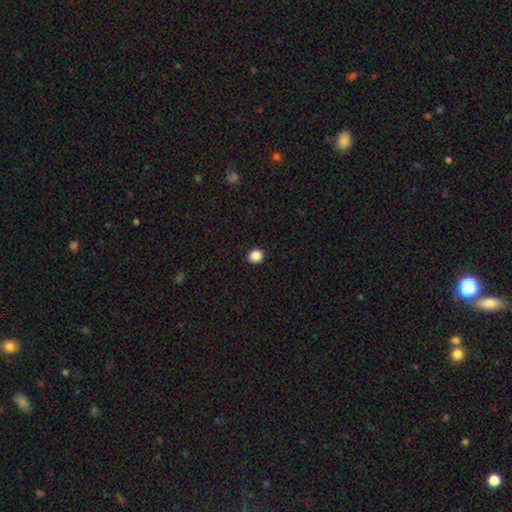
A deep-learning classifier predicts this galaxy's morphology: A smooth galaxy with no disk features (88%) that is round (78%). Merging: none (92%).